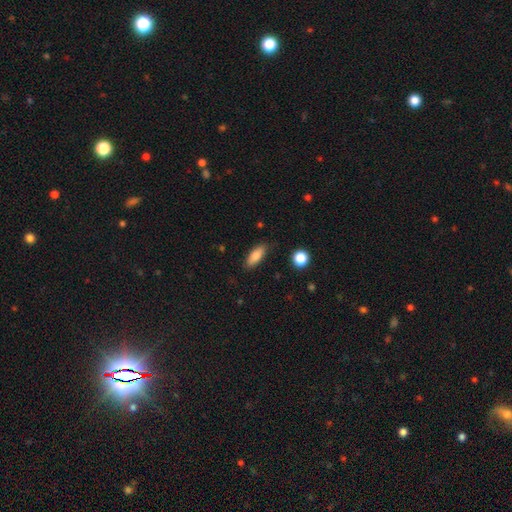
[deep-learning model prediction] Smooth or featured: smooth — 82% (featured or disk — 11%)
How rounded: in between — 70% (cigar-shaped — 28%)
Merging: none — 84% (minor disturbance — 12%)